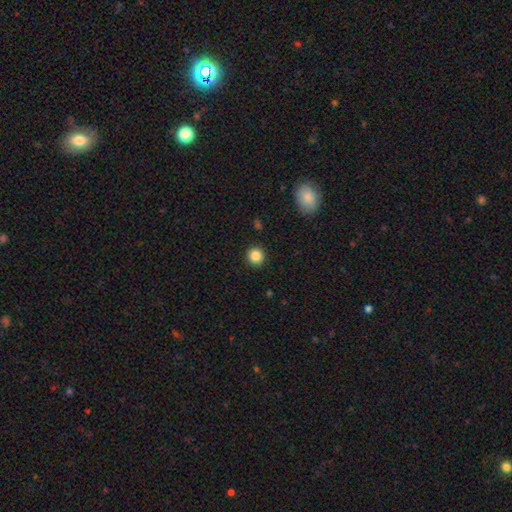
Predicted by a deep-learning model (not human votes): smooth_or_featured: smooth (p=0.86) [alt: star or artifact p=0.10]
how_rounded: round (p=0.94) [alt: in between p=0.05]
merging: none (p=0.92) [alt: minor disturbance p=0.05]